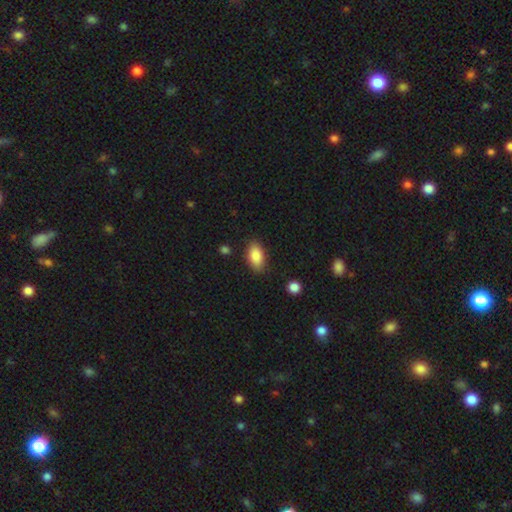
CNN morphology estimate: This appears to be a smooth galaxy with no disk features (85%) that is in between round and cigar-shaped (91%). Merging: none (85%).